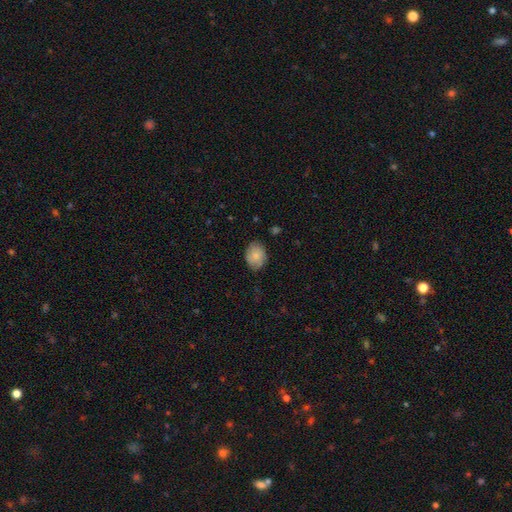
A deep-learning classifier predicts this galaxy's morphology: A smooth galaxy with no disk features (79%) that is in between round and cigar-shaped (64%). Merging: none (77%).